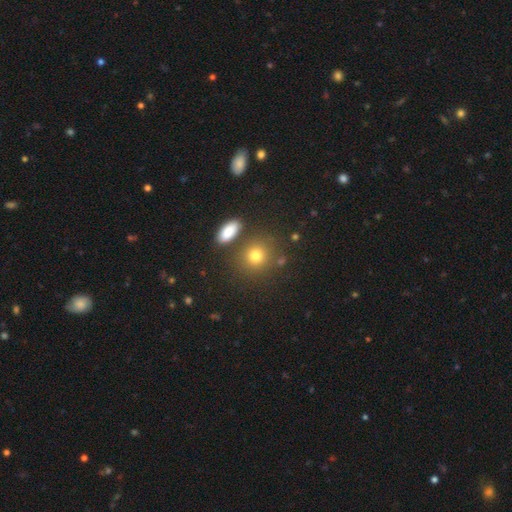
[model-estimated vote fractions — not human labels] Smooth or featured? smooth (77%)
How rounded? round (78%)
Merging? none (76%)